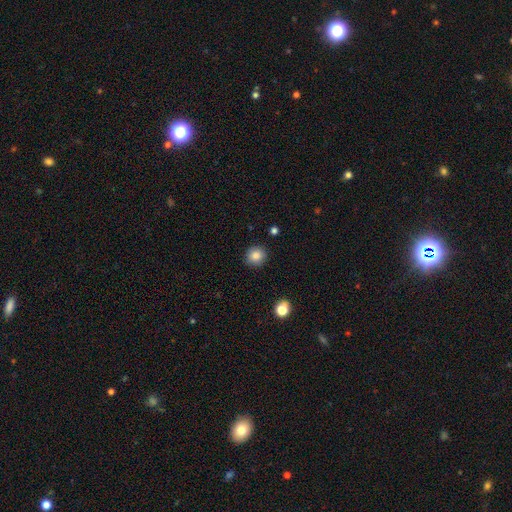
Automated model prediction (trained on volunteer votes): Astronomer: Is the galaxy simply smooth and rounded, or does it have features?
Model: smooth — 85%.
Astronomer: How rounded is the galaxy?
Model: round — 90%.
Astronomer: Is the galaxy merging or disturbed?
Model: none — 90%.